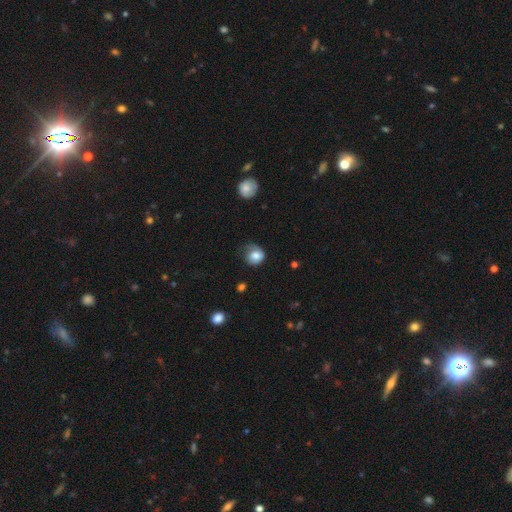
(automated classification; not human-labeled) Overall: smooth (66%; featured or disk 26%). How rounded: round (72%). Merging: none (40%; minor disturbance 31%).